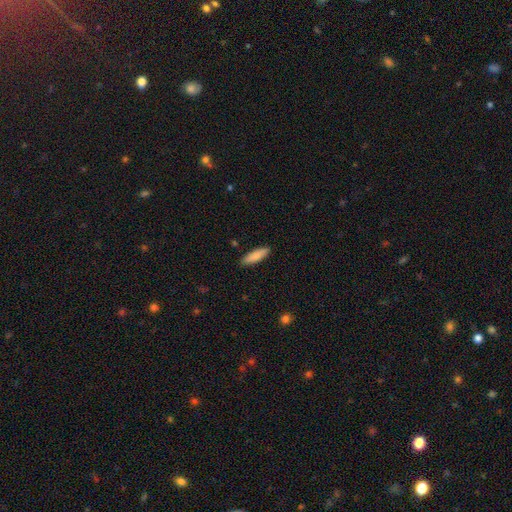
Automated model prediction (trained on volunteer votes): A smooth galaxy with no disk features (86%) that is cigar-shaped (61%).

Vote fractions:
- Smooth or featured? smooth: 86% / featured or disk: 9% / star or artifact: 6%
- How rounded? cigar-shaped: 61% / in between: 38% / round: 2%
- Merging? none: 89% / minor disturbance: 8% / major disturbance: 2% / merger: 1%